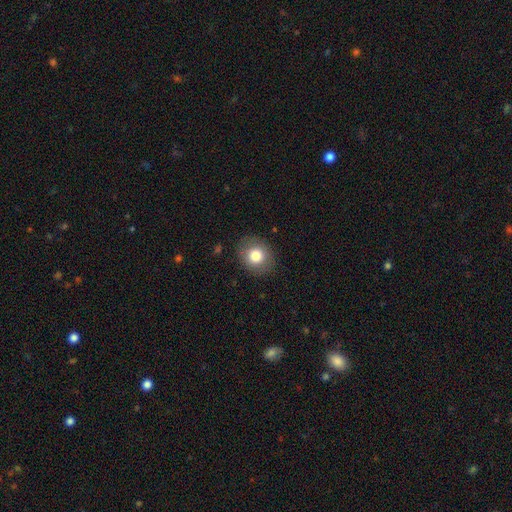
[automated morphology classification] This is clearly a smooth galaxy (80%). How rounded: likely round (76%). Merging: clearly none (88%).